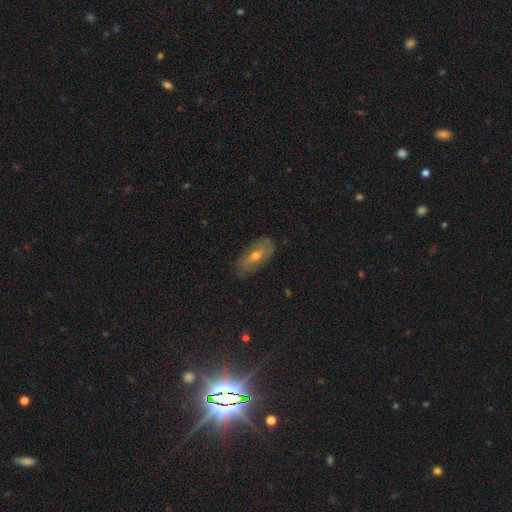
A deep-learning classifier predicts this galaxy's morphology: A featured or disk galaxy (51%). Merging: none (79%).